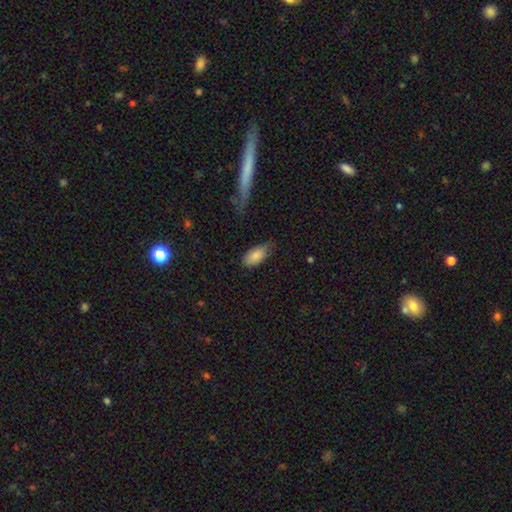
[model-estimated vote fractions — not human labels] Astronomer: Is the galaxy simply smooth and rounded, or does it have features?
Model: smooth — 85%.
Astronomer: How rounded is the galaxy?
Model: in between — 93%.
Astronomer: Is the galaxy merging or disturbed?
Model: none — 63%.